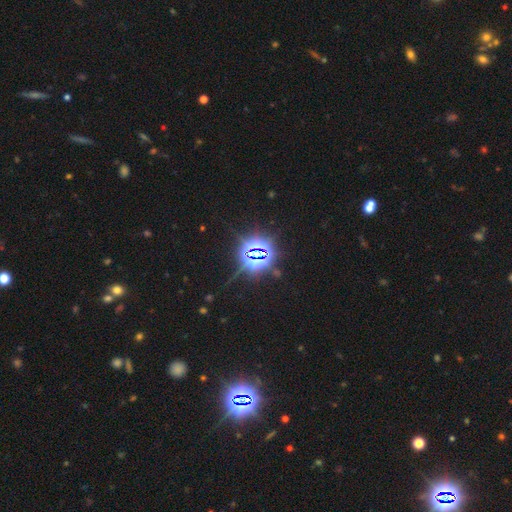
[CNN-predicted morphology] Smooth or featured? star or artifact (83%)